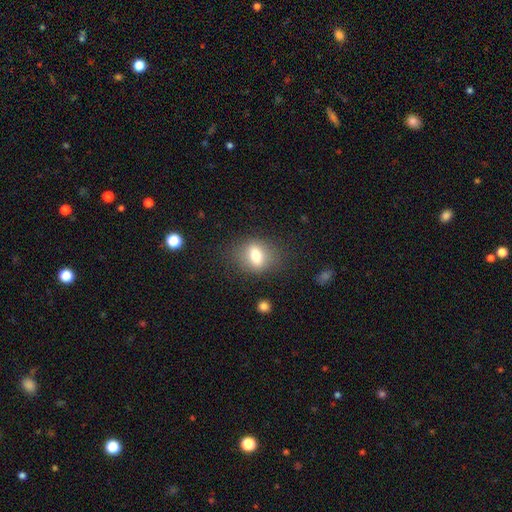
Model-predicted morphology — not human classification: Smooth or featured? Predicted: smooth (p=0.71). How rounded? Predicted: in between (p=0.57). Merging? Predicted: none (p=0.78).